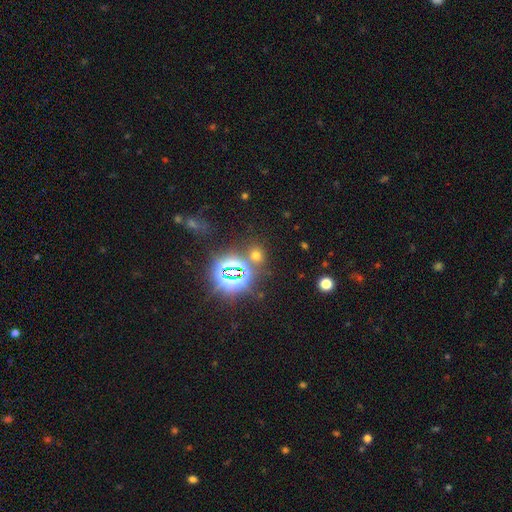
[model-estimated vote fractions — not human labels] Smooth or featured? star or artifact (48%)